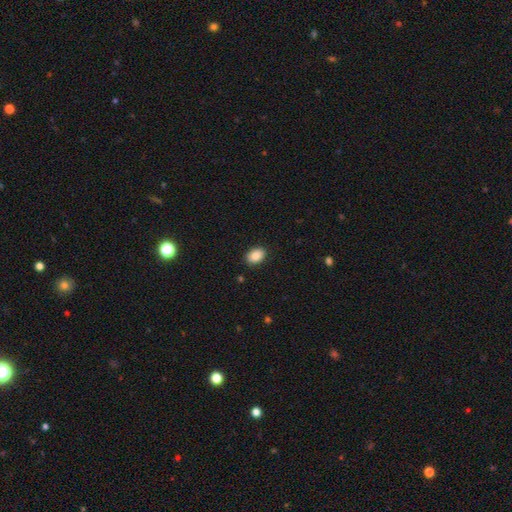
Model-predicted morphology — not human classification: Smooth or featured: smooth — 89% (star or artifact — 7%)
How rounded: in between — 81% (round — 18%)
Merging: none — 89% (minor disturbance — 8%)